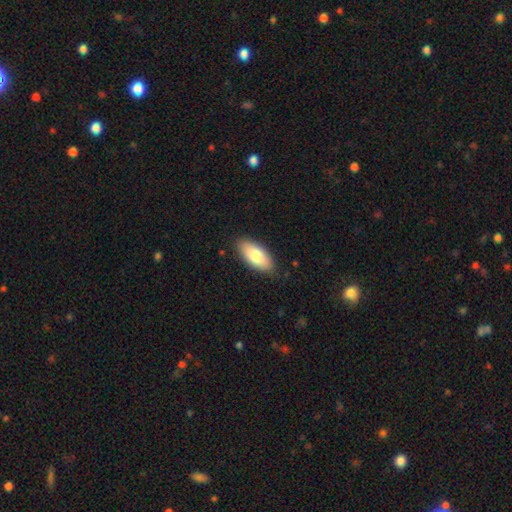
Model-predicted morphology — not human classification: type=smooth (78%); roundness=in between (88%); merging=none (87%).